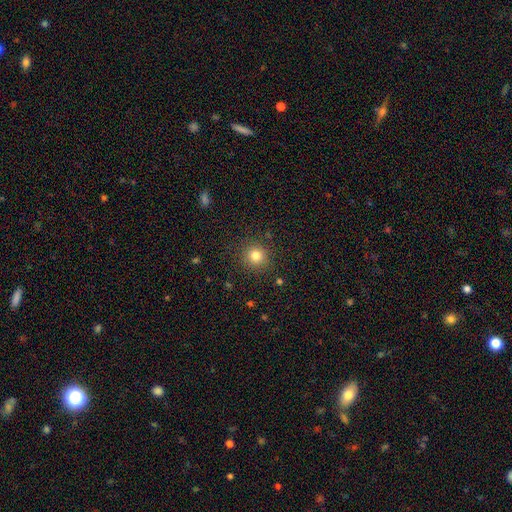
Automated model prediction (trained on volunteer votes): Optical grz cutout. It shows a smooth galaxy with no disk features (80%) that is round (93%). Merging: none (89%).